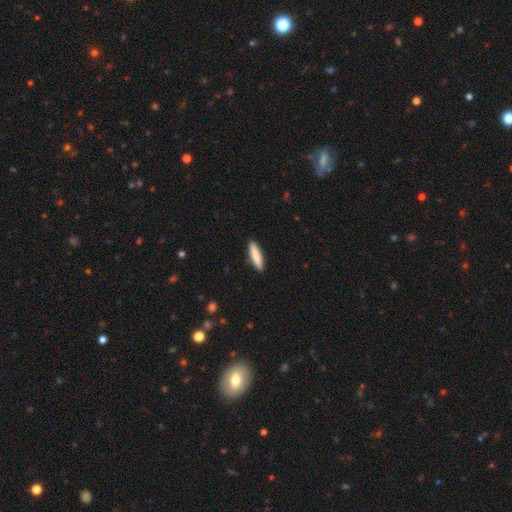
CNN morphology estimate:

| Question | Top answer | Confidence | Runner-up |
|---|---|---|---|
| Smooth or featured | smooth | 83% | featured or disk (11%) |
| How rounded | cigar-shaped | 80% | in between (19%) |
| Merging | none | 91% | minor disturbance (6%) |